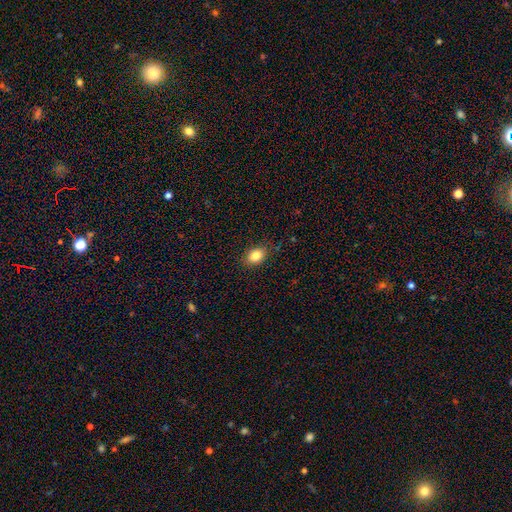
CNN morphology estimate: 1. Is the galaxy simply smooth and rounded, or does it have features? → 84% smooth, 9% star or artifact, 7% featured or disk.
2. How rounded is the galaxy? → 76% in between, 23% round, 1% cigar-shaped.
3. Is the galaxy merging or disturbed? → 85% none, 11% minor disturbance, 3% major disturbance, 1% merger.